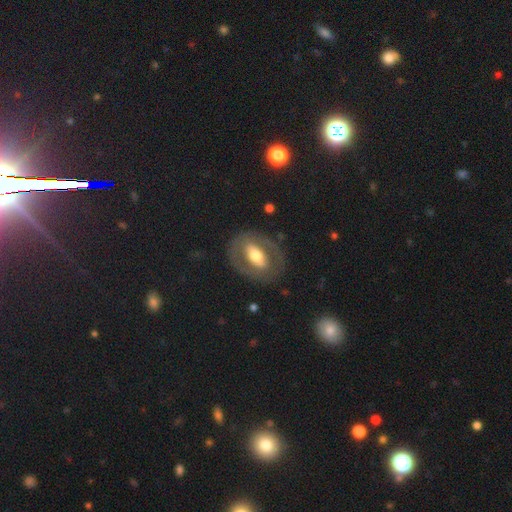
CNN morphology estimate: Smooth or featured? Predicted: featured or disk (p=0.60). Edge-on disk? Predicted: no (p=0.90). Bar? Predicted: strong (p=0.39). Spiral arms? Predicted: no (p=0.70). Bulge size? Predicted: moderate (p=0.60). Merging? Predicted: none (p=0.77).